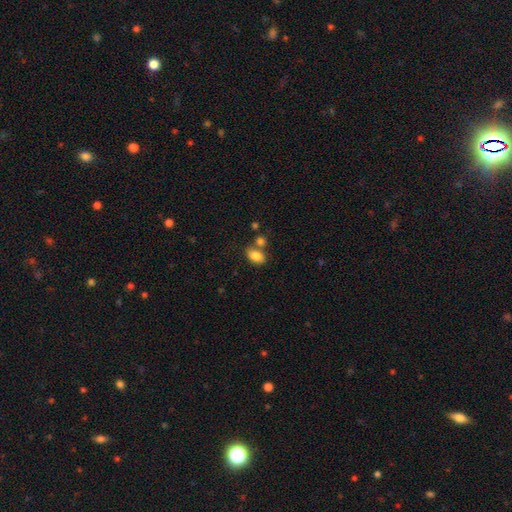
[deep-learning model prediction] Q: Smooth or featured?
A: smooth (84%); runner-up: star or artifact (8%)
Q: How rounded?
A: in between (87%); runner-up: round (12%)
Q: Merging?
A: none (62%); runner-up: merger (22%)